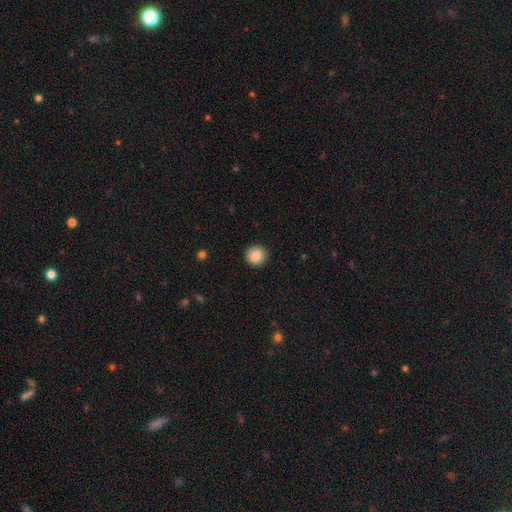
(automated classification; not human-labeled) This appears to be a smooth galaxy with no disk features (85%) that is round (95%). Merging: none (93%).